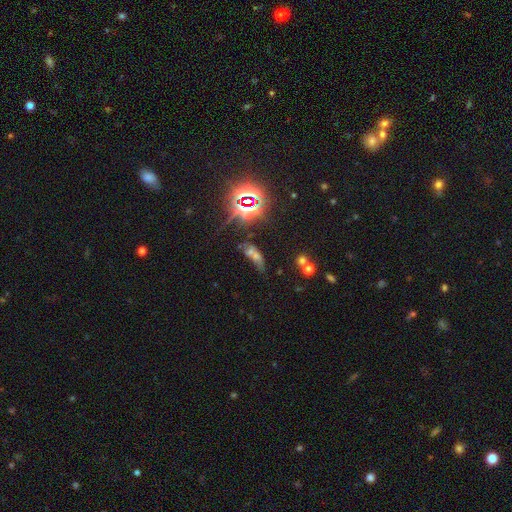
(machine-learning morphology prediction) Smooth or featured: star or artifact — 40% (smooth — 38%)